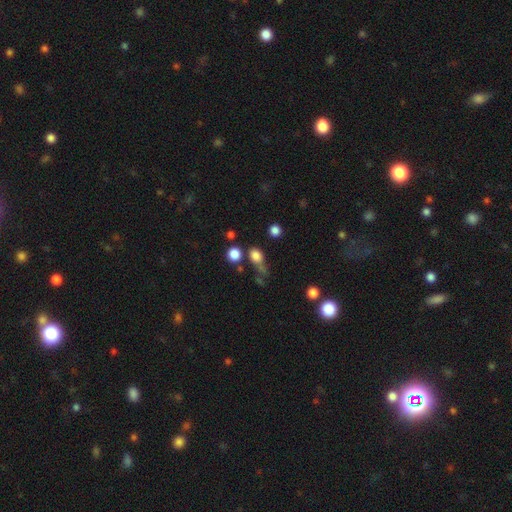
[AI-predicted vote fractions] Morphology: type=smooth (79%); roundness=round (58%); merging=none (54%).